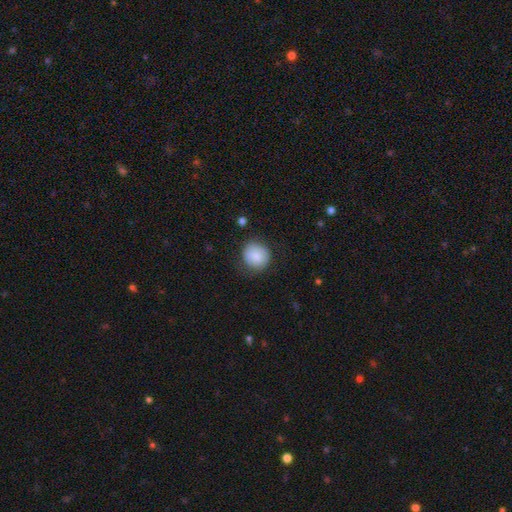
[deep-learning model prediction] Smooth or featured? smooth (85%)
How rounded? round (89%)
Merging? none (77%)